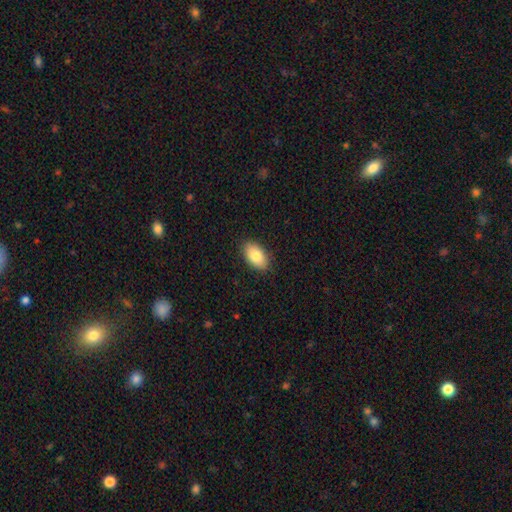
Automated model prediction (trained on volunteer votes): Smooth or featured? smooth (84%)
How rounded? in between (94%)
Merging? none (89%)